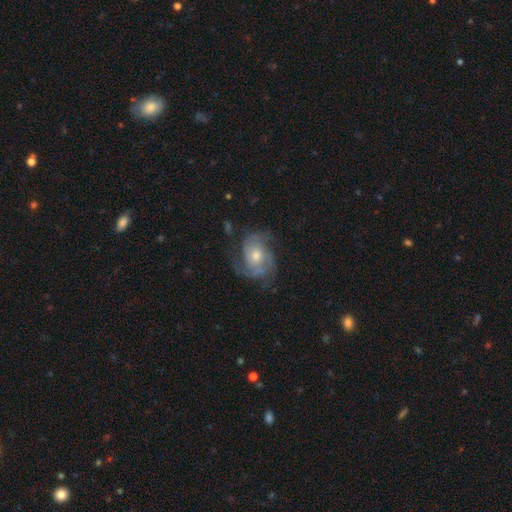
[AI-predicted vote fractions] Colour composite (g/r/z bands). It shows a featured or disk galaxy (83%) with no bar (74%), 3 (39%) medium (44%) spiral arms (95%) and a moderate central bulge (65%). Merging: none (65%).